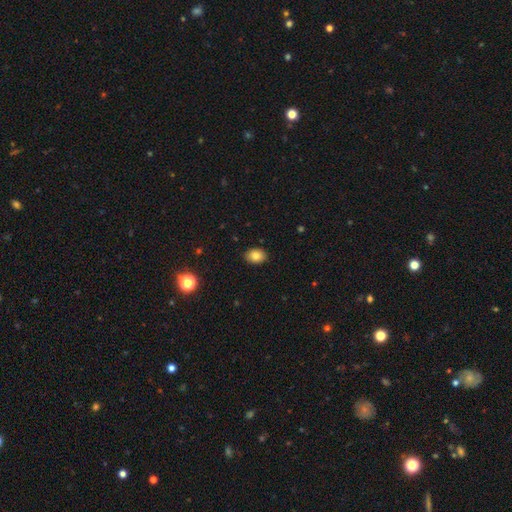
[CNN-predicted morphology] smooth 82%, star or artifact 9%, featured or disk 8%. Down the decision tree: how rounded — in between (77%); merging — none (89%).